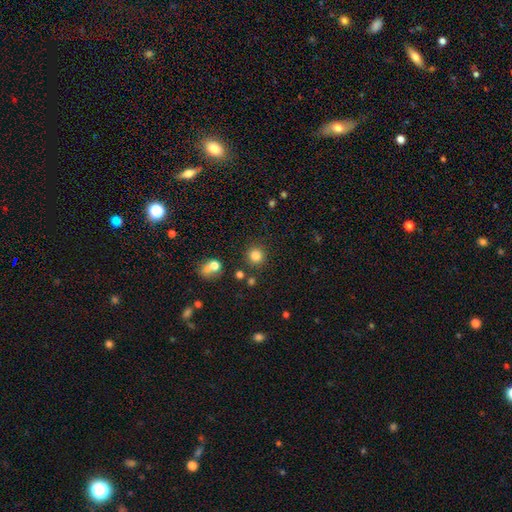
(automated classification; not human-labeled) Smooth or featured? smooth (81%)
How rounded? round (93%)
Merging? none (86%)